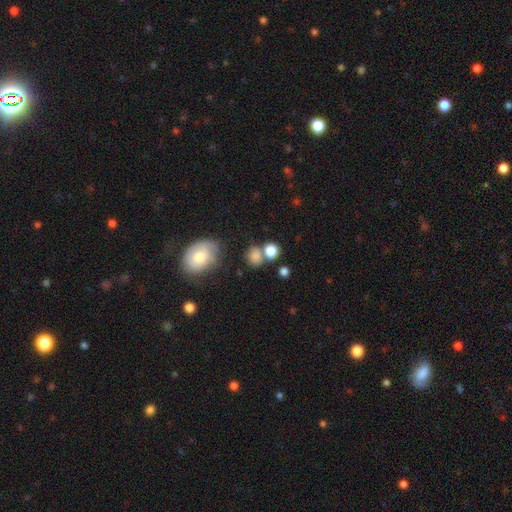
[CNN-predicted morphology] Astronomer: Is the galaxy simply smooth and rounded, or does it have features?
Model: smooth — 81%.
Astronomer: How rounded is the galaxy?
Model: round — 69%.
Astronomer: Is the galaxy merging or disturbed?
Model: none — 58%.